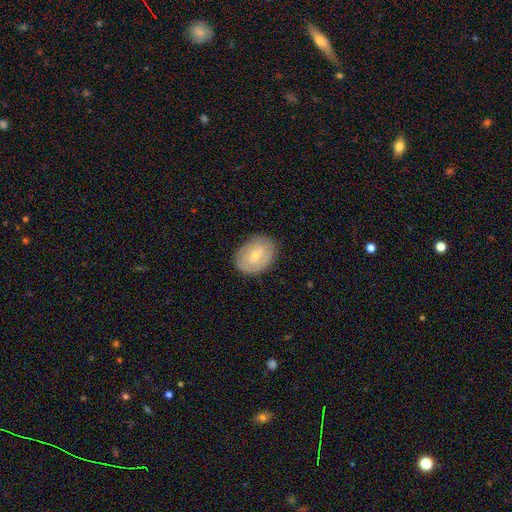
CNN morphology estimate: This appears to be a featured or disk galaxy (48%). Merging: none (84%).